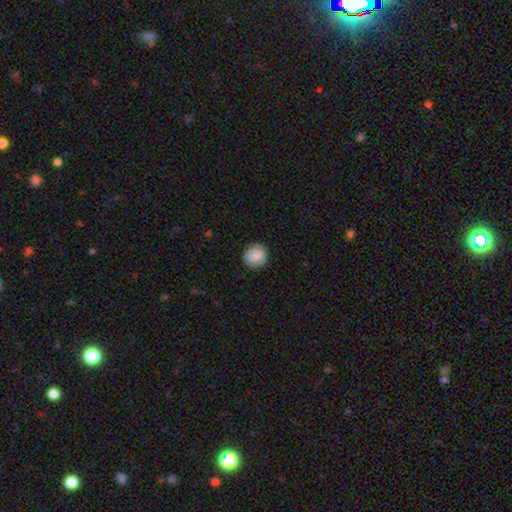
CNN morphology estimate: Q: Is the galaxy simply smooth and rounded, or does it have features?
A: smooth — 86%.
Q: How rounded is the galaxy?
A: round — 85%.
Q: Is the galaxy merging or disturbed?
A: none — 87%.